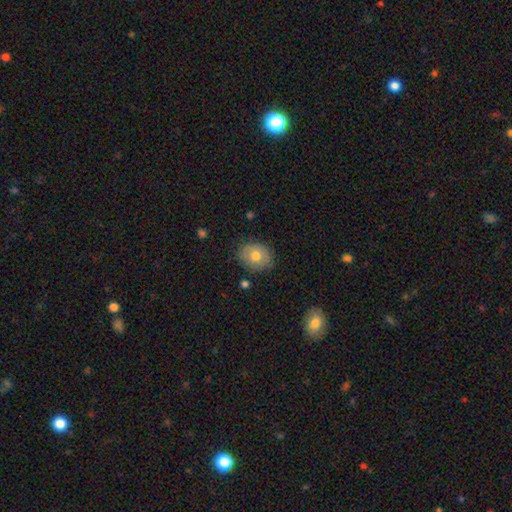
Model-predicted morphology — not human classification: smooth_or_featured: smooth (p=0.70) [alt: featured or disk p=0.22]
how_rounded: in between (p=0.51) [alt: round p=0.48]
merging: none (p=0.81) [alt: minor disturbance p=0.14]